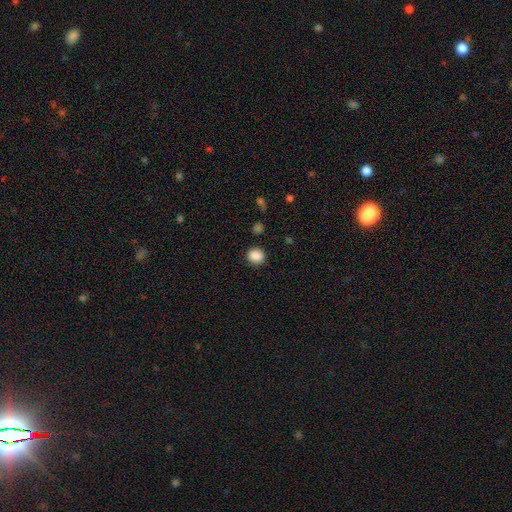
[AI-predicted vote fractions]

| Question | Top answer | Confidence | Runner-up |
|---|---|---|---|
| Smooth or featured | smooth | 88% | star or artifact (9%) |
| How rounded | round | 79% | in between (20%) |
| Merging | none | 86% | minor disturbance (9%) |